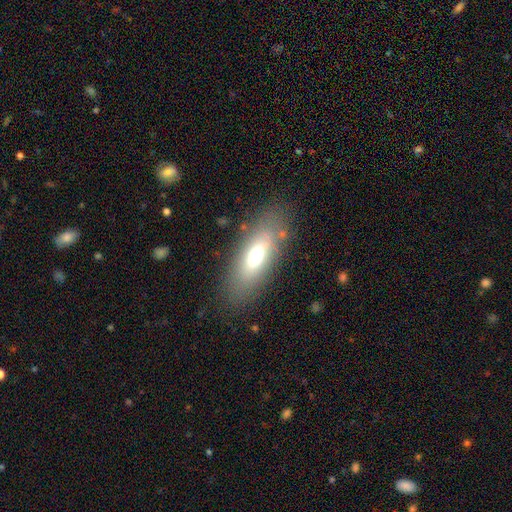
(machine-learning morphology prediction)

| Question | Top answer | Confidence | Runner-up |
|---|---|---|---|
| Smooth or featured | smooth | 64% | featured or disk (27%) |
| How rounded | in between | 73% | cigar-shaped (25%) |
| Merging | none | 80% | minor disturbance (12%) |